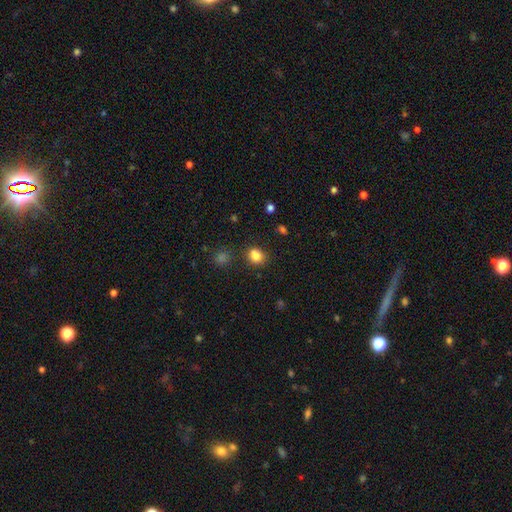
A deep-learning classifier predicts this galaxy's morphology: smooth_or_featured: smooth (p=0.83) [alt: star or artifact p=0.12]
how_rounded: round (p=0.62) [alt: in between p=0.37]
merging: none (p=0.75) [alt: minor disturbance p=0.13]